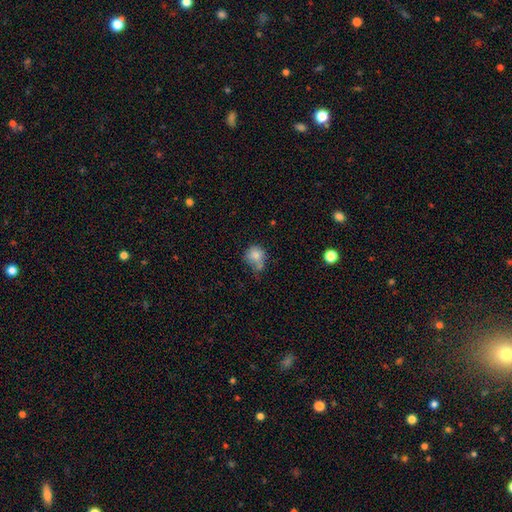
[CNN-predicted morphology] Smooth or featured?
  - smooth: 79% *
  - featured or disk: 11%
  - star or artifact: 10%
How rounded?
  - round: 80% *
  - in between: 19%
  - cigar-shaped: 1%
Merging?
  - none: 45% *
  - minor disturbance: 25%
  - merger: 20%
  - major disturbance: 10%